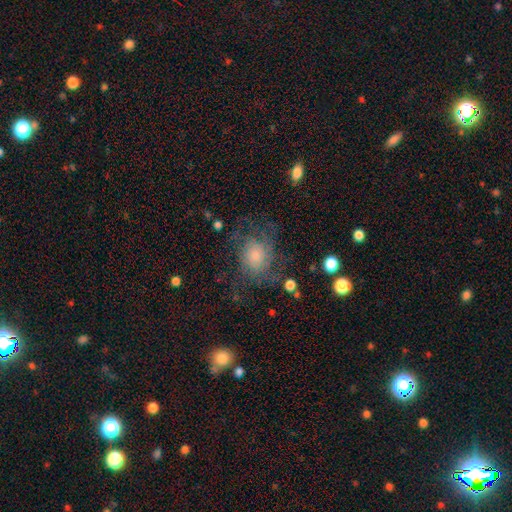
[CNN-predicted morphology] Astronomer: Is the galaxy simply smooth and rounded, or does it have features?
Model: featured or disk — 44%, tied with smooth at 44%.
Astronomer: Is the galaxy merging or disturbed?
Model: none — 55%.